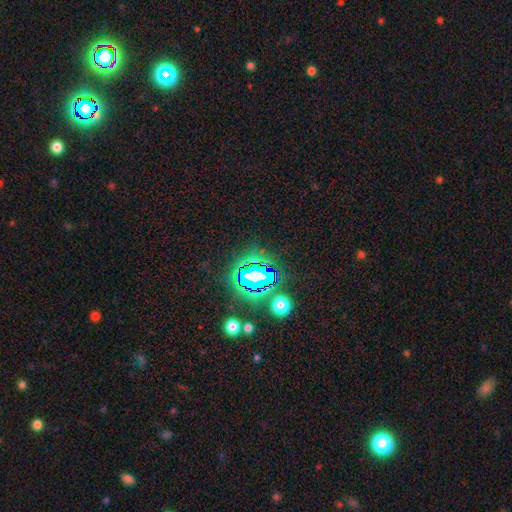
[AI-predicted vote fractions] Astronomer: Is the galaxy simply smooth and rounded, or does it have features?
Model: star or artifact — 81%.